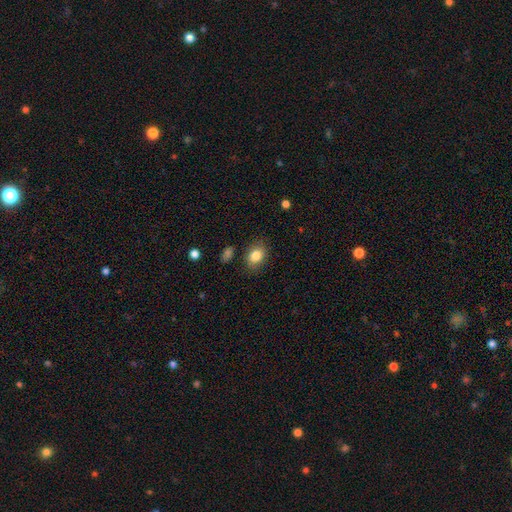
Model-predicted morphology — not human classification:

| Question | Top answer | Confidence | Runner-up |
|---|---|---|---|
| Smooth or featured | smooth | 83% | star or artifact (9%) |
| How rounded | in between | 68% | round (31%) |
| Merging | none | 82% | minor disturbance (13%) |